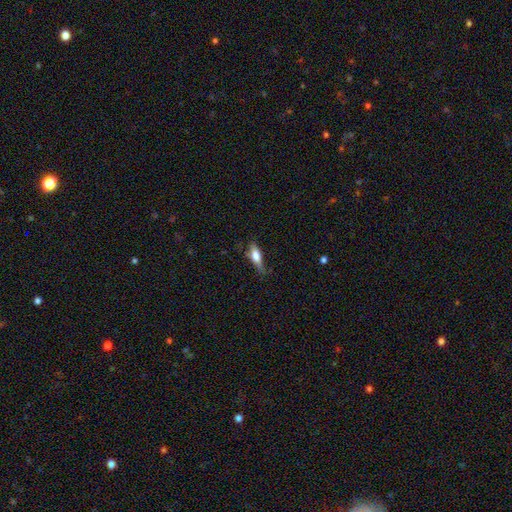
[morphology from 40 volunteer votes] Volunteers were most divided on "how rounded": in between: 62%, cigar-shaped: 38%, round: 0%. More confident: merging — none (61%); smooth or featured — smooth (60%).